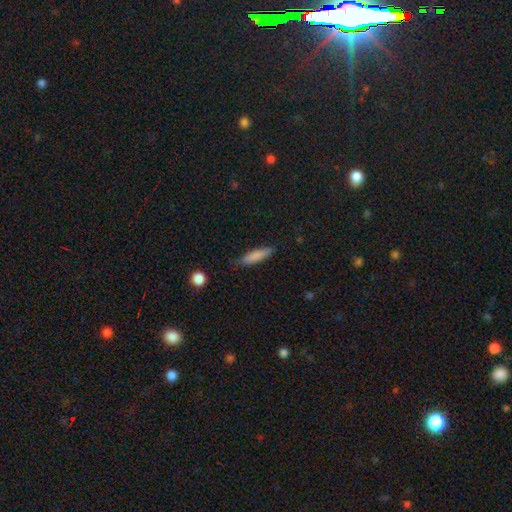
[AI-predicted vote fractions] This appears to be a smooth galaxy with no disk features (81%) that is cigar-shaped (74%). Merging: none (77%).